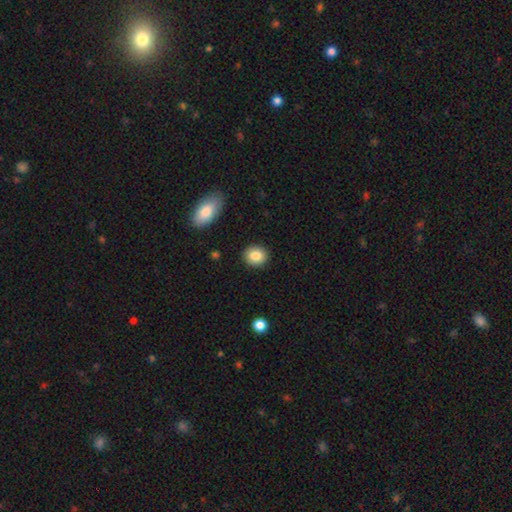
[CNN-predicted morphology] Overall: smooth (85%). How rounded: round (73%). Merging: none (90%).